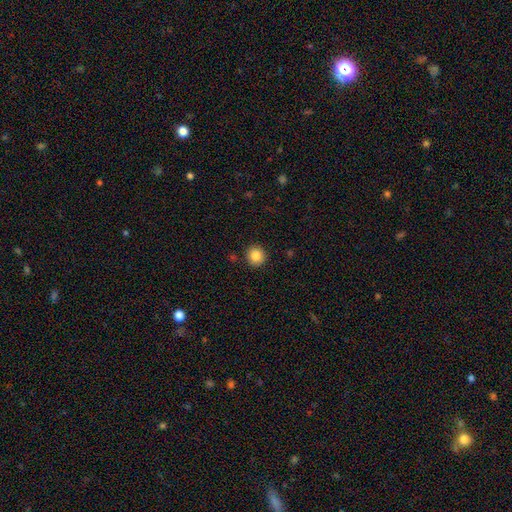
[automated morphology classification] Smooth or featured? Predicted: smooth (p=0.86). How rounded? Predicted: round (p=0.93). Merging? Predicted: none (p=0.91).